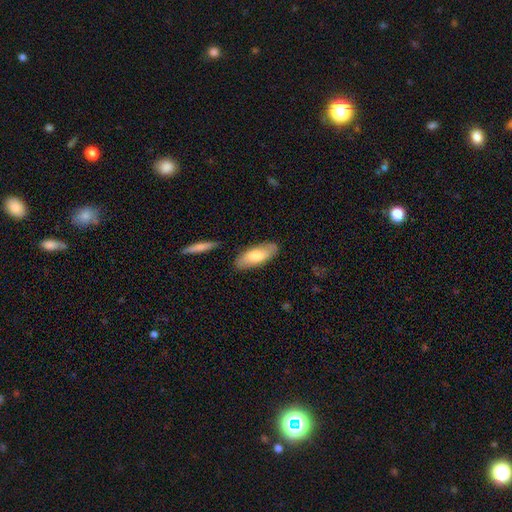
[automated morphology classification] type=smooth (71%); roundness=in between (77%); merging=none (83%).